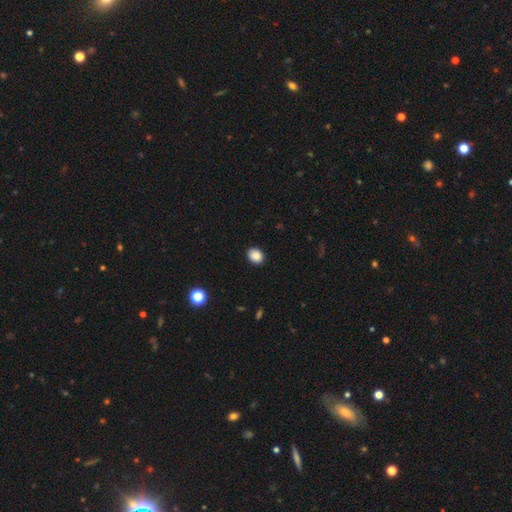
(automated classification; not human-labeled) This appears to be a smooth galaxy with no disk features (88%) that is in between round and cigar-shaped (51%). Merging: none (90%).